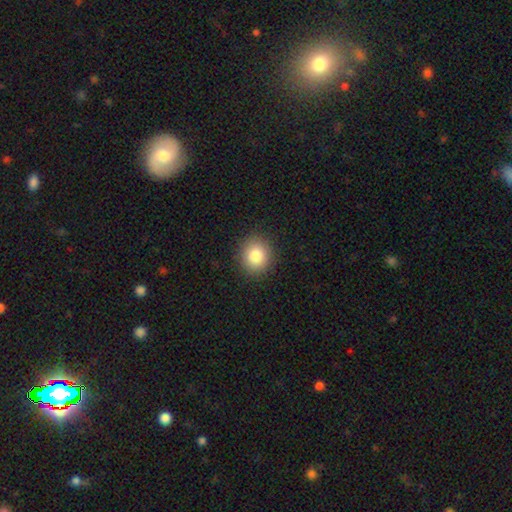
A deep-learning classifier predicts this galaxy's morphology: smooth_or_featured: smooth (p=0.83) [alt: star or artifact p=0.10]
how_rounded: round (p=0.84) [alt: in between p=0.15]
merging: none (p=0.90) [alt: minor disturbance p=0.06]